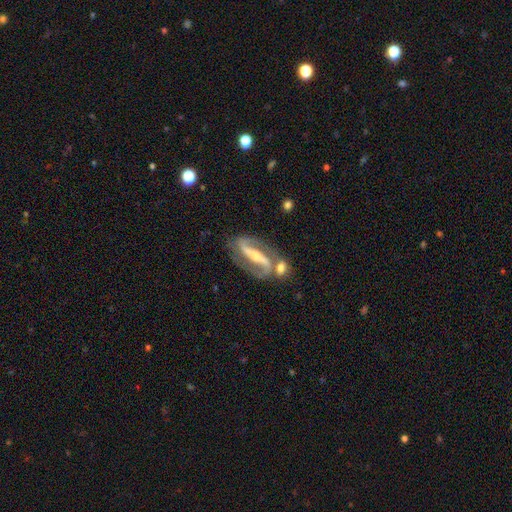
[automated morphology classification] Smooth or featured: featured or disk — 89% (smooth — 6%)
Edge-on disk: no — 90% (yes — 10%)
Bar: strong — 72% (weak — 16%)
Spiral arms: yes — 95% (no — 5%)
Spiral winding: medium — 46% (loose — 30%)
Spiral arm count: 2 — 92% (can't tell — 3%)
Bulge size: small — 51% (moderate — 44%)
Merging: none — 68% (minor disturbance — 13%)